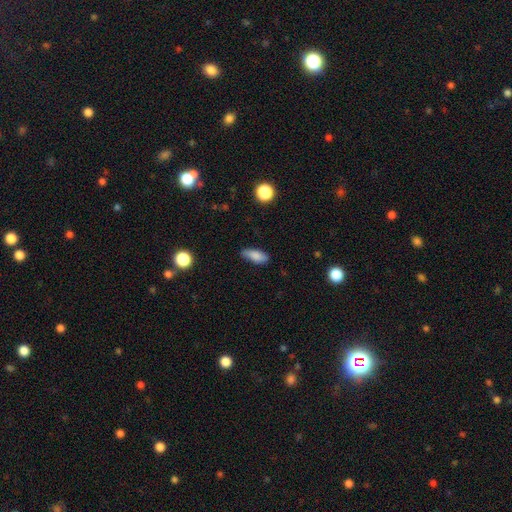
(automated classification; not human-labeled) Smooth or featured? Predicted: smooth (p=0.82). How rounded? Predicted: in between (p=0.78). Merging? Predicted: none (p=0.77).